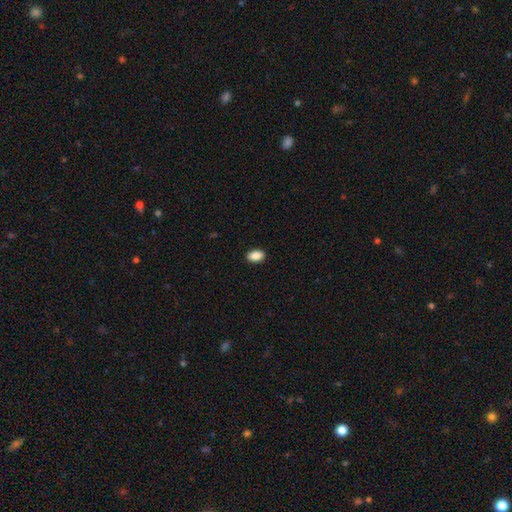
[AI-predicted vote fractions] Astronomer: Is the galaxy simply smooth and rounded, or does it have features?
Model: smooth — 89%.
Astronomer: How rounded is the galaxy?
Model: in between — 91%.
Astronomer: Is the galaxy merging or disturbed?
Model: none — 90%.